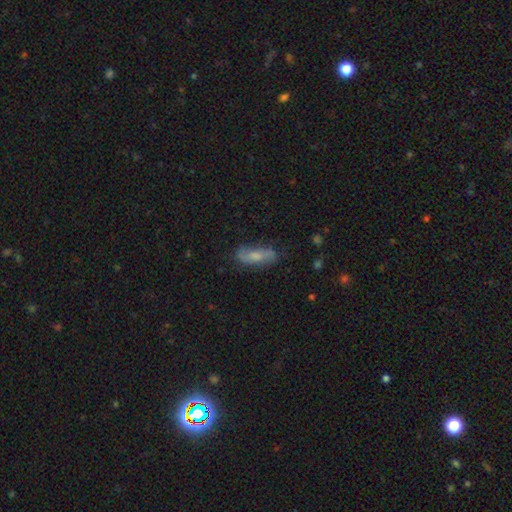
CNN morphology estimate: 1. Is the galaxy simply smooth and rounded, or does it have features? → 51% smooth, 41% featured or disk, 8% star or artifact.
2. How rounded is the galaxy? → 58% in between, 38% cigar-shaped, 3% round.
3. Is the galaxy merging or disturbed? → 70% none, 21% minor disturbance, 7% major disturbance, 2% merger.